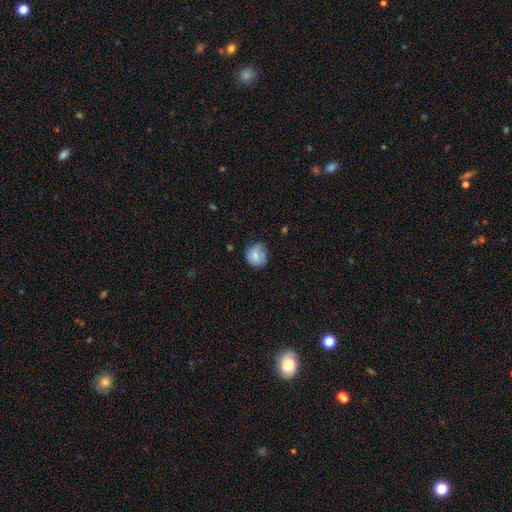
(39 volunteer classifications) smooth 54%, featured or disk 44%, star or artifact 3%. Down the decision tree: how rounded — round (76%); merging — minor disturbance (55%).